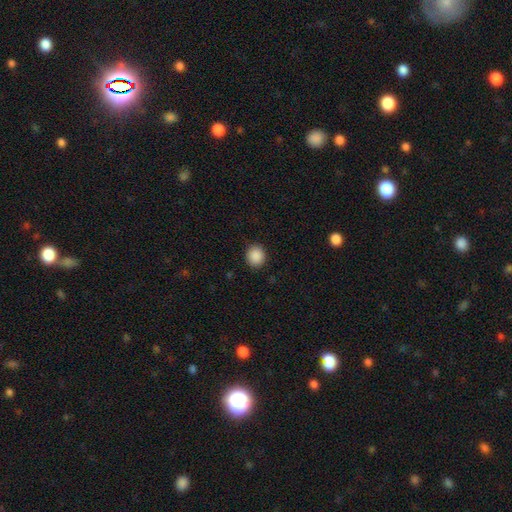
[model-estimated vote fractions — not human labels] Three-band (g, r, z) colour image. It shows a smooth galaxy with no disk features (89%) that is round (85%). Merging: none (91%).